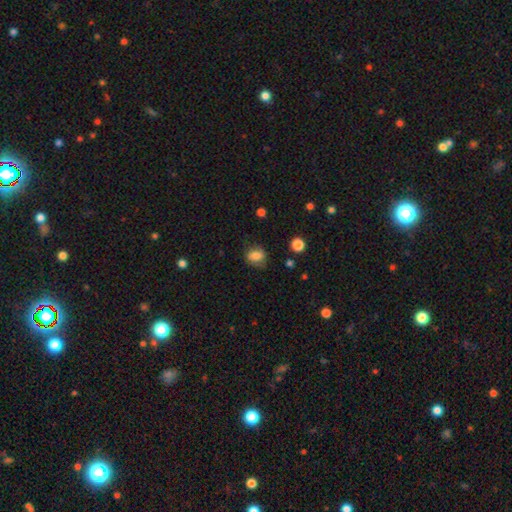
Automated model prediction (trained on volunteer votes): smooth 80%, featured or disk 10%, star or artifact 10%. Down the decision tree: how rounded — round (51%); merging — none (75%).